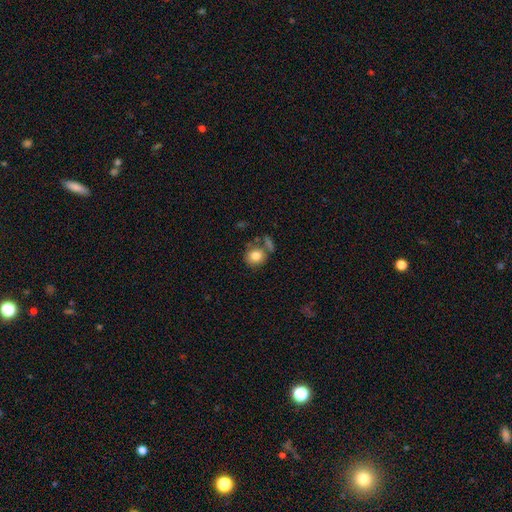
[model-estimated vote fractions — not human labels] Smooth or featured: smooth — 81% (featured or disk — 10%)
How rounded: round — 78% (in between — 21%)
Merging: none — 60% (merger — 17%)